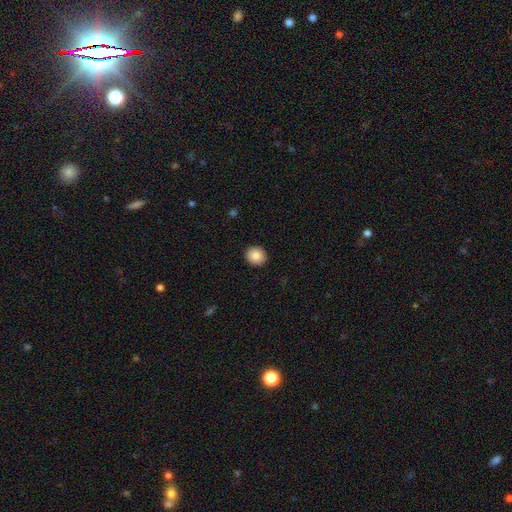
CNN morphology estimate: A smooth galaxy with no disk features (87%) that is round (85%). Merging: none (92%).